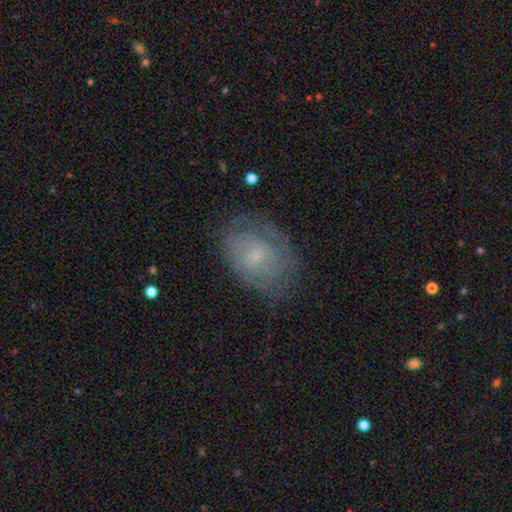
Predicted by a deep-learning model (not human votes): A featured or disk galaxy (51%).

Vote fractions:
- Smooth or featured? featured or disk: 51% / smooth: 40% / star or artifact: 9%
- Edge-on disk? no: 96% / yes: 4%
- Merging? none: 64% / minor disturbance: 23% / major disturbance: 12% / merger: 1%